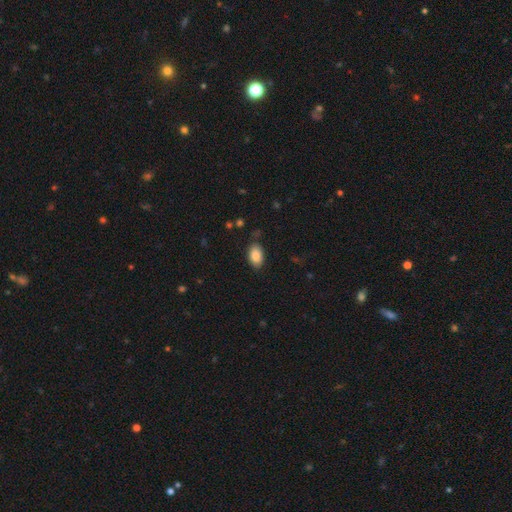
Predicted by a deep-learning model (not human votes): Smooth or featured? smooth (88%)
How rounded? in between (92%)
Merging? none (83%)